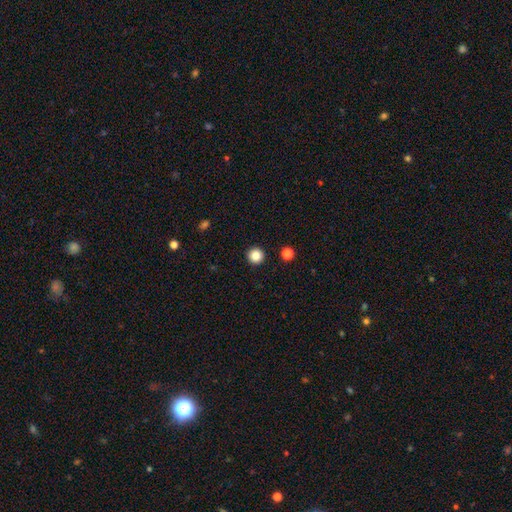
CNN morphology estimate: smooth 85%, star or artifact 11%, featured or disk 4%. Down the decision tree: how rounded — round (96%); merging — none (94%).